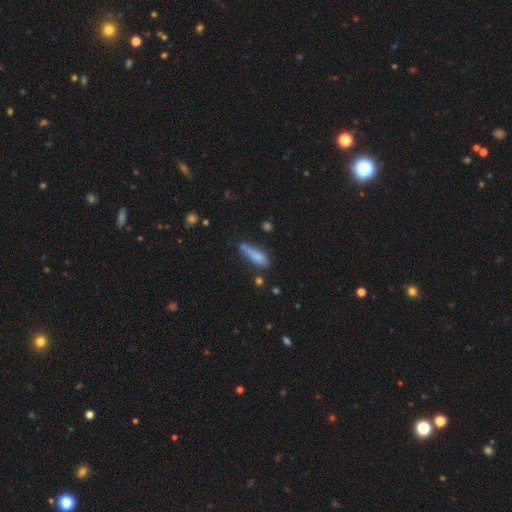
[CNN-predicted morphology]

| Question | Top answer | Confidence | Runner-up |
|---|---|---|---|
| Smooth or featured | smooth | 75% | featured or disk (16%) |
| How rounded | cigar-shaped | 57% | in between (40%) |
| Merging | none | 50% | minor disturbance (28%) |